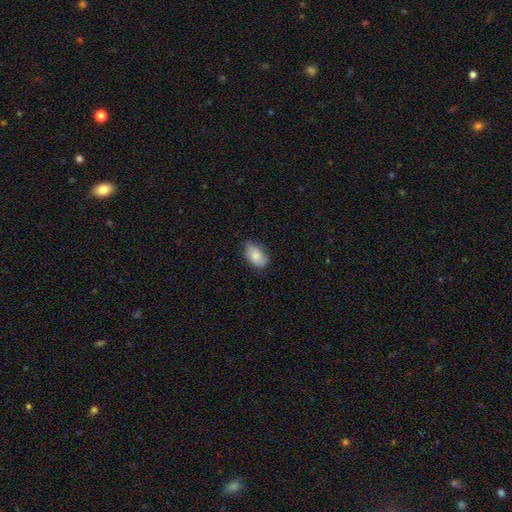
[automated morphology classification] This is clearly a smooth galaxy (82%). How rounded: clearly in between (91%). Merging: likely none (69%).